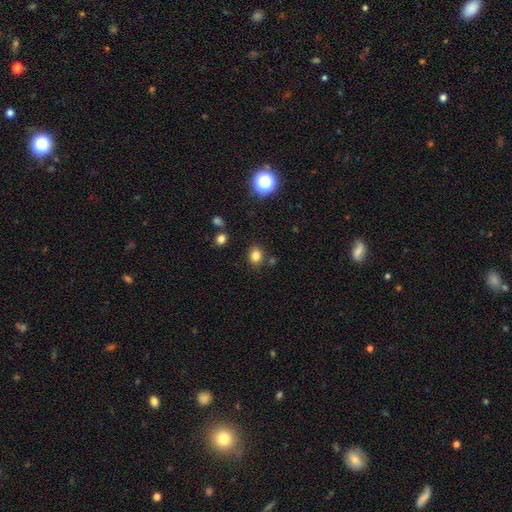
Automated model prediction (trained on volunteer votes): smooth-or-featured: smooth: 80% | star or artifact: 14% | featured or disk: 6%
  how-rounded: round: 61% | in between: 38% | cigar-shaped: 1%
  merging: none: 81% | minor disturbance: 11% | merger: 5% | major disturbance: 3%